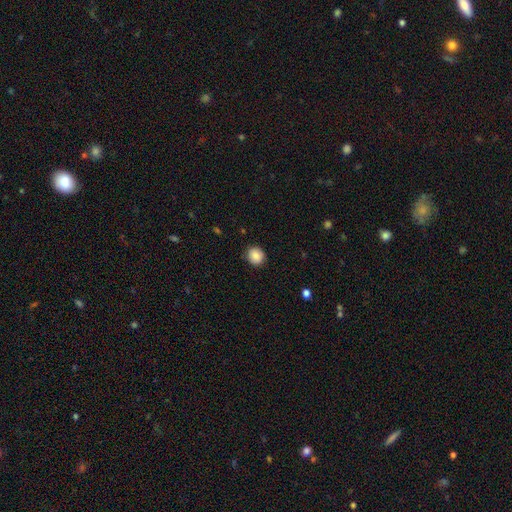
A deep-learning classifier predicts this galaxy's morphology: Overall: smooth (86%). How rounded: round (86%). Merging: none (89%).